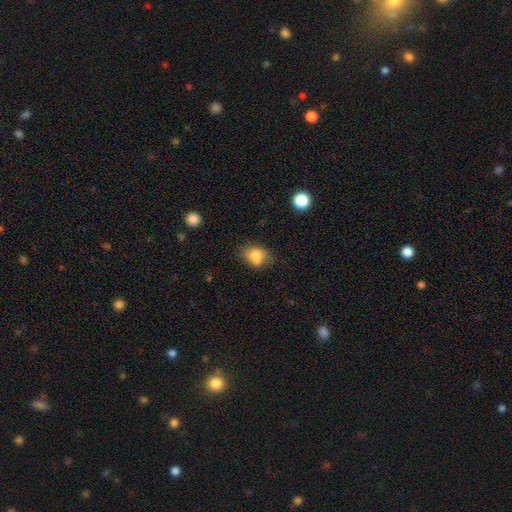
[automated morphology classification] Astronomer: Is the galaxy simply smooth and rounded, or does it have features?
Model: smooth — 81%.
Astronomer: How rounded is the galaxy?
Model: in between — 64%.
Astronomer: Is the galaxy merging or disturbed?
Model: none — 55% (runner-up: minor disturbance, 30%).